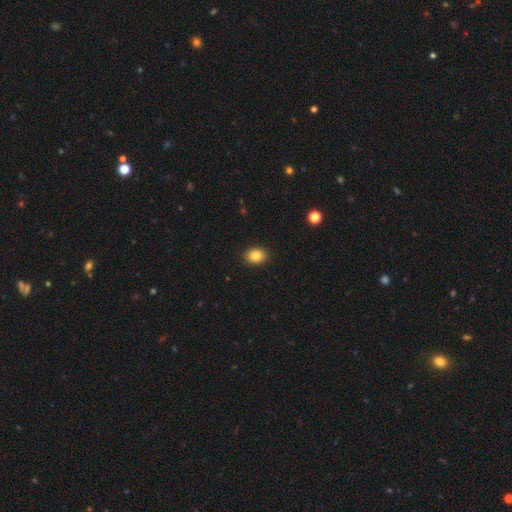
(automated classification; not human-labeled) smooth 84%, star or artifact 9%, featured or disk 6%. Down the decision tree: how rounded — in between (65%); merging — none (90%).